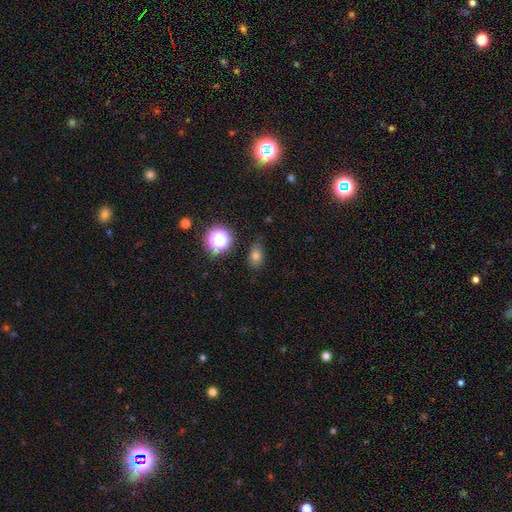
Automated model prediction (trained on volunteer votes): smooth_or_featured: smooth (p=0.72) [alt: star or artifact p=0.18]
how_rounded: in between (p=0.72) [alt: round p=0.26]
merging: none (p=0.82) [alt: minor disturbance p=0.13]